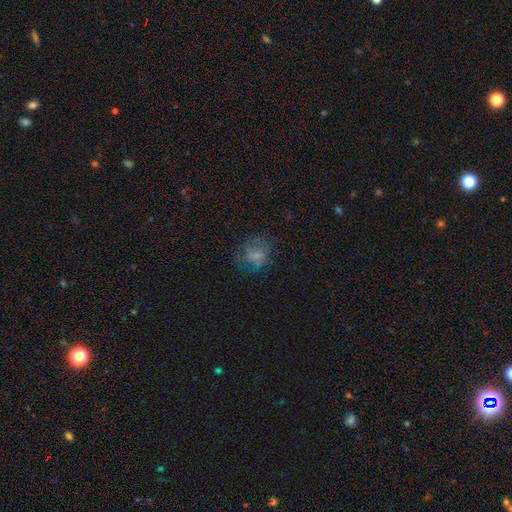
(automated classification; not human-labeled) smooth-or-featured: smooth: 58% | featured or disk: 26% | star or artifact: 15%
  how-rounded: round: 71% | in between: 28% | cigar-shaped: 1%
  merging: none: 64% | minor disturbance: 19% | major disturbance: 15% | merger: 2%